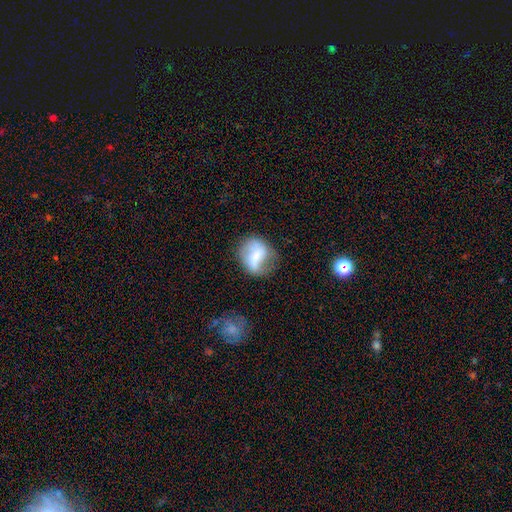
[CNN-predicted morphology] This appears to be a featured or disk galaxy (47%). Merging: none (54%).